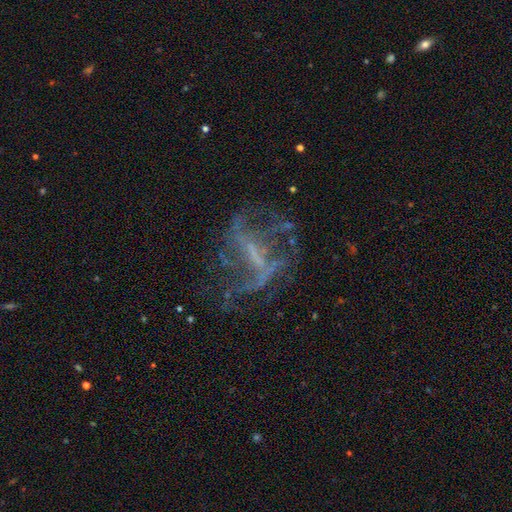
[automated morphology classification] This is likely a featured or disk galaxy (73%). It is clearly not viewed edge-on (95%). Bar: marginally weak (35%, tied with strong). Spiral arm pattern: likely yes (64%). Central bulge: possibly none (56%). Merging: possibly none (47%).